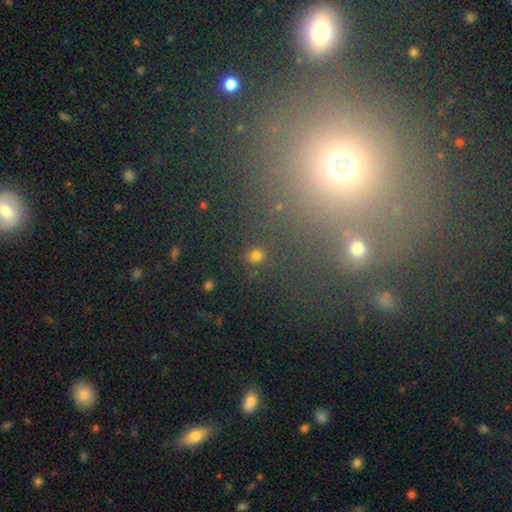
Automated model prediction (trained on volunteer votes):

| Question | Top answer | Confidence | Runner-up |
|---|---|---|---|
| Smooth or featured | smooth | 68% | star or artifact (25%) |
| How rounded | round | 91% | in between (8%) |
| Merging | none | 84% | minor disturbance (8%) |